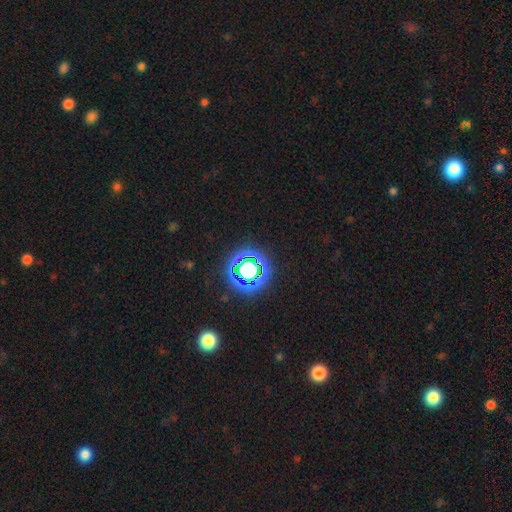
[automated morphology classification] smooth_or_featured: star or artifact (p=0.66) [alt: smooth p=0.23]